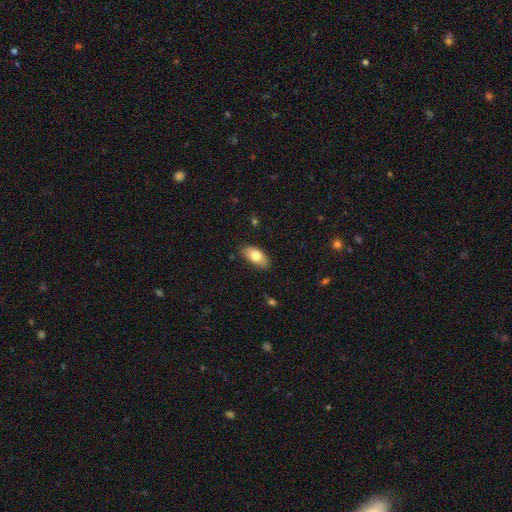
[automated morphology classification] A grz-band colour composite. It shows a smooth galaxy with no disk features (76%) that is in between round and cigar-shaped (91%). Merging: none (84%).